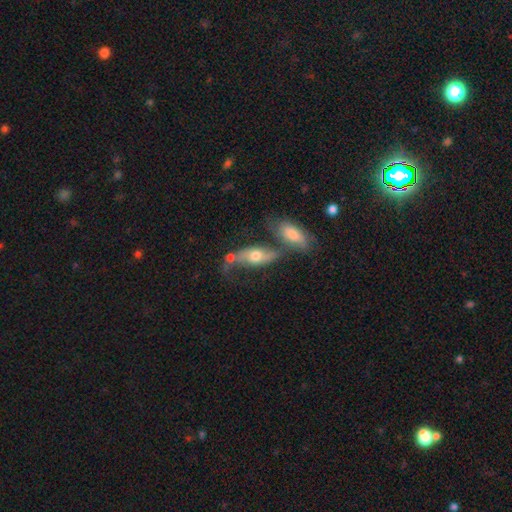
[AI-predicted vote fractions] Morphology: type=featured or disk (62%); edge-on=no (75%); merging=merger (37%).